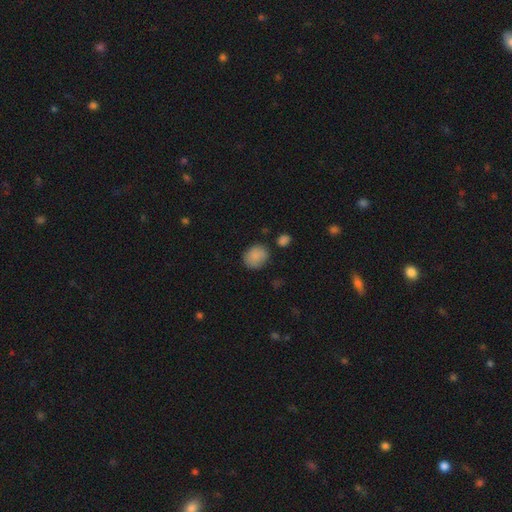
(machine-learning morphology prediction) smooth-or-featured: smooth: 86% | star or artifact: 9% | featured or disk: 5%
  how-rounded: round: 64% | in between: 35% | cigar-shaped: 1%
  merging: none: 75% | minor disturbance: 16% | major disturbance: 4% | merger: 4%